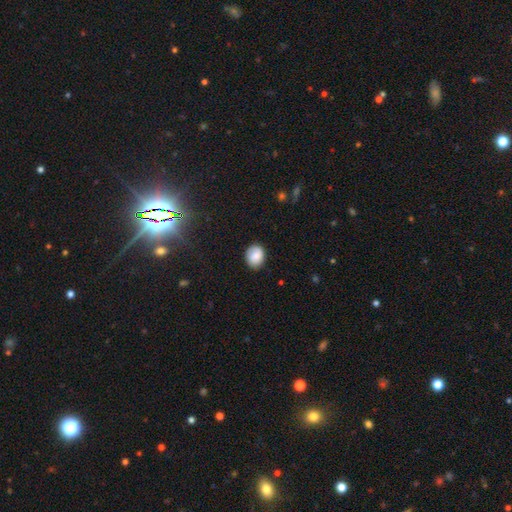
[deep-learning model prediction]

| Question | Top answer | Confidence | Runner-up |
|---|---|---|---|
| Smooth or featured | smooth | 82% | featured or disk (10%) |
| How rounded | round | 51% | in between (48%) |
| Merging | none | 83% | minor disturbance (13%) |